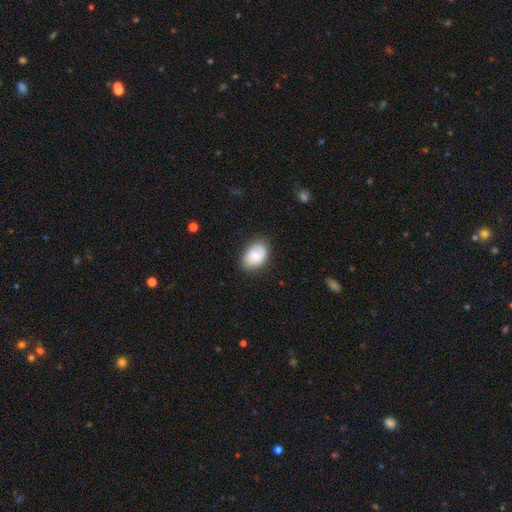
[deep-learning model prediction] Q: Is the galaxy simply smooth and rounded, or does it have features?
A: smooth — 67%.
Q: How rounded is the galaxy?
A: in between — 82%.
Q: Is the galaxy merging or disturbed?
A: none — 77%.